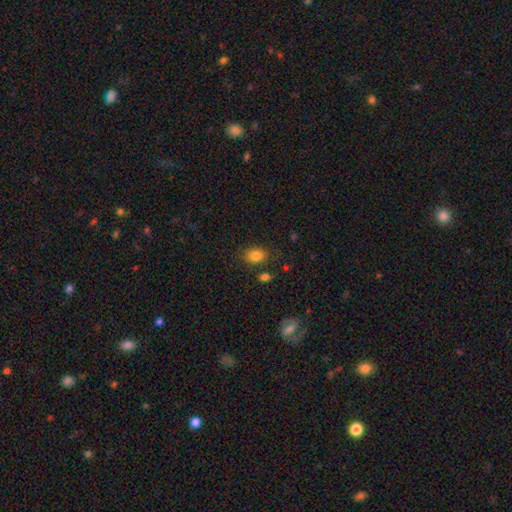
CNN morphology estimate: smooth_or_featured: smooth (p=0.84) [alt: star or artifact p=0.10]
how_rounded: in between (p=0.69) [alt: round p=0.30]
merging: none (p=0.79) [alt: minor disturbance p=0.13]